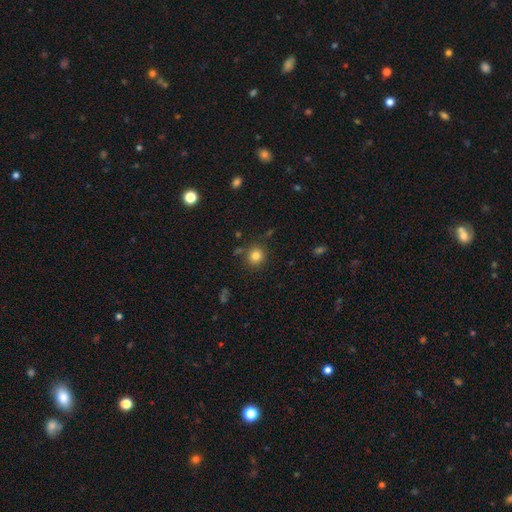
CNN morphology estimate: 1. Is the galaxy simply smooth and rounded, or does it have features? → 81% smooth, 12% star or artifact, 7% featured or disk.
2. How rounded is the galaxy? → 88% round, 11% in between, 1% cigar-shaped.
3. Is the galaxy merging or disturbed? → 83% none, 9% minor disturbance, 4% merger, 3% major disturbance.